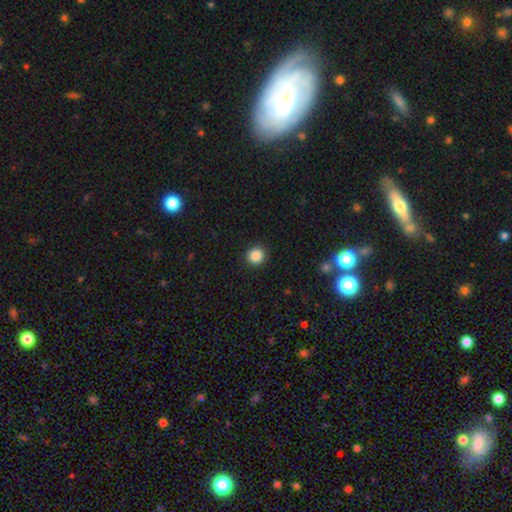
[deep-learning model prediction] Smooth or featured?
  - smooth: 87% *
  - star or artifact: 10%
  - featured or disk: 3%
How rounded?
  - round: 93% *
  - in between: 6%
  - cigar-shaped: 1%
Merging?
  - none: 91% *
  - minor disturbance: 6%
  - major disturbance: 2%
  - merger: 1%